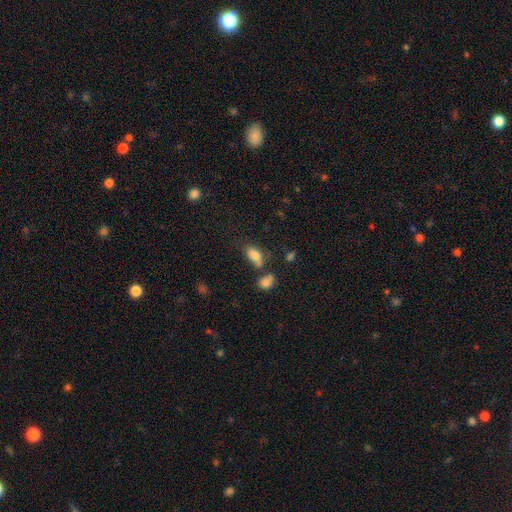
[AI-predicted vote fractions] A smooth galaxy with no disk features (77%) that is in between round and cigar-shaped (87%).

Vote fractions:
- Smooth or featured? smooth: 77% / featured or disk: 12% / star or artifact: 11%
- How rounded? in between: 87% / round: 7% / cigar-shaped: 6%
- Merging? none: 45% / merger: 24% / minor disturbance: 21% / major disturbance: 10%